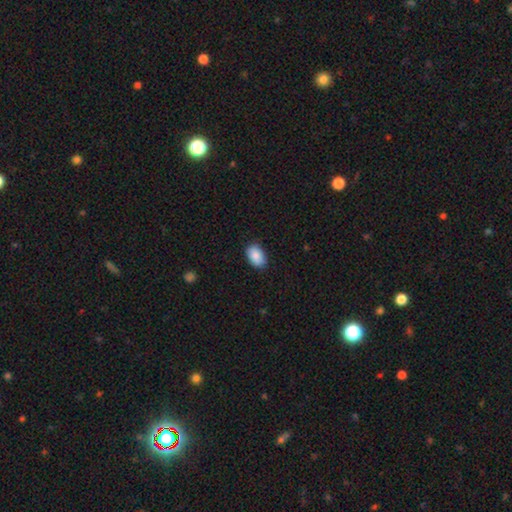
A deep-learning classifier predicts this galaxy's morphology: smooth_or_featured: smooth (p=0.89) [alt: star or artifact p=0.07]
how_rounded: in between (p=0.89) [alt: round p=0.10]
merging: none (p=0.87) [alt: minor disturbance p=0.10]